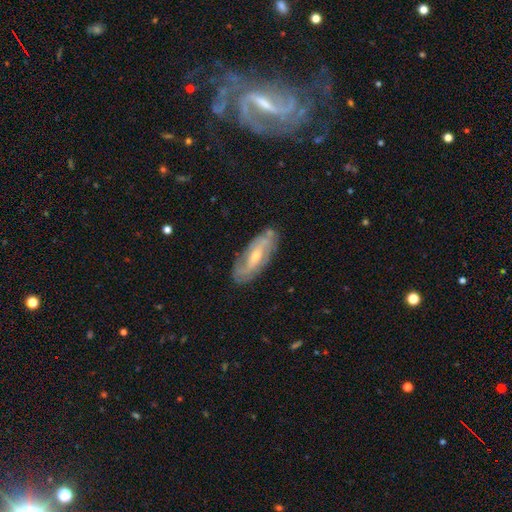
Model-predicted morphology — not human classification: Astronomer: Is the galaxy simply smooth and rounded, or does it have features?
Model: featured or disk — 75%.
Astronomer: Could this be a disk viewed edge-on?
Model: no — 86%.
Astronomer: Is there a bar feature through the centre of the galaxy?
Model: weak — 43% (runner-up: no, 36%).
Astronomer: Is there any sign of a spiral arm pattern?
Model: yes — 85%.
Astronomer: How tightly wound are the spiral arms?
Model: medium — 39%, tied with tight at 39%.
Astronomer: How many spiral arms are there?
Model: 2 — 62%.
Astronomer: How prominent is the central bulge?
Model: small — 50% (runner-up: moderate, 46%).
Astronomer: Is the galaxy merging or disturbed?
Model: none — 78%.